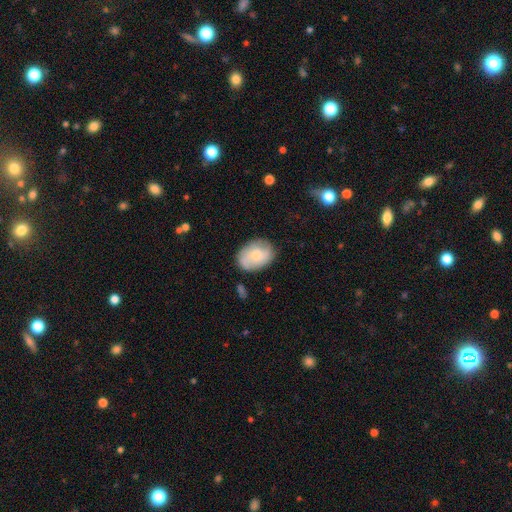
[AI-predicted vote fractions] smooth-or-featured: smooth: 48% | featured or disk: 45% | star or artifact: 7%
  merging: none: 77% | minor disturbance: 17% | major disturbance: 4% | merger: 2%